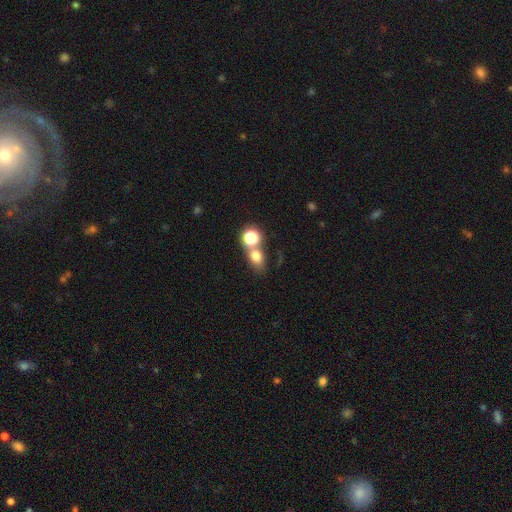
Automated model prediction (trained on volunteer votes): smooth-or-featured: smooth: 73% | star or artifact: 14% | featured or disk: 13%
  how-rounded: in between: 53% | round: 45% | cigar-shaped: 3%
  merging: merger: 47% | none: 39% | minor disturbance: 9% | major disturbance: 5%